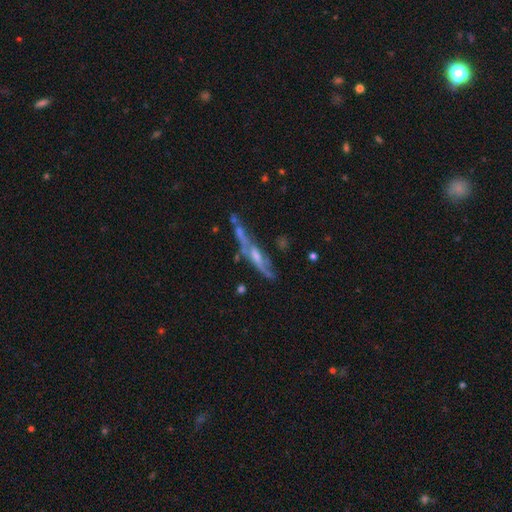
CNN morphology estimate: type=featured or disk (70%); edge-on=yes (59%); merging=none (45%).